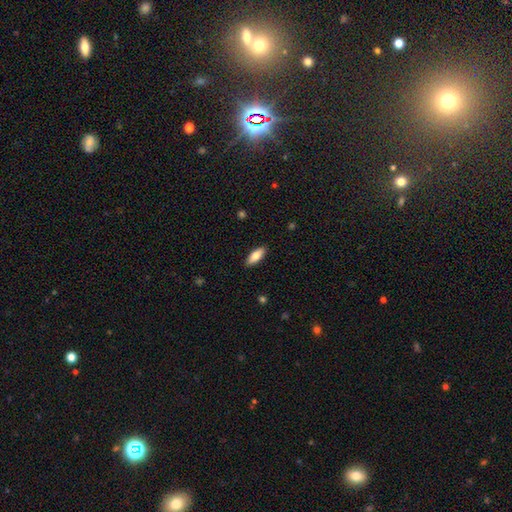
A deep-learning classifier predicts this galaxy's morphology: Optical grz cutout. It shows a smooth galaxy with no disk features (76%) that is in between round and cigar-shaped (74%). Merging: none (89%).